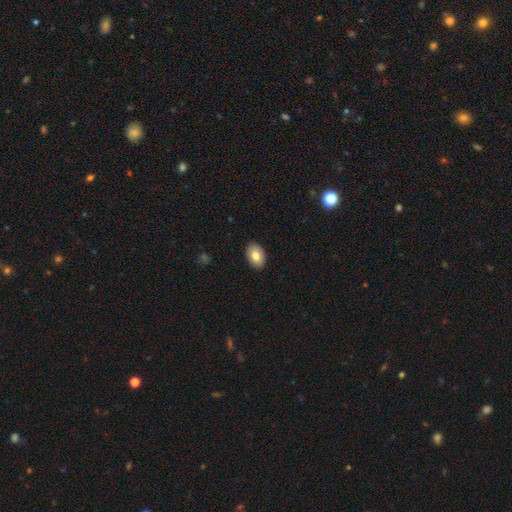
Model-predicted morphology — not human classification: type=smooth (82%); roundness=in between (84%); merging=none (90%).